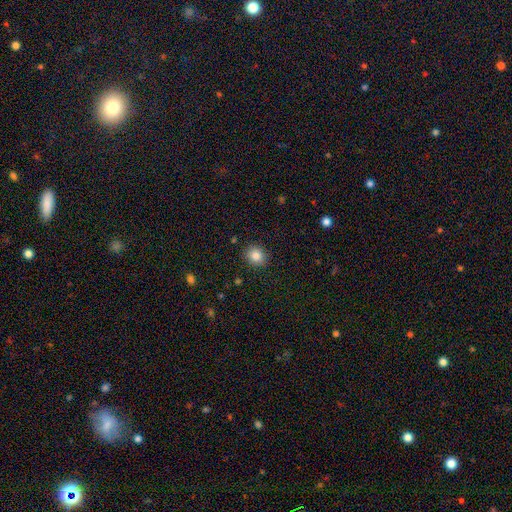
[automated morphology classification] smooth_or_featured: smooth (p=0.85) [alt: star or artifact p=0.10]
how_rounded: round (p=0.73) [alt: in between p=0.26]
merging: none (p=0.89) [alt: minor disturbance p=0.07]